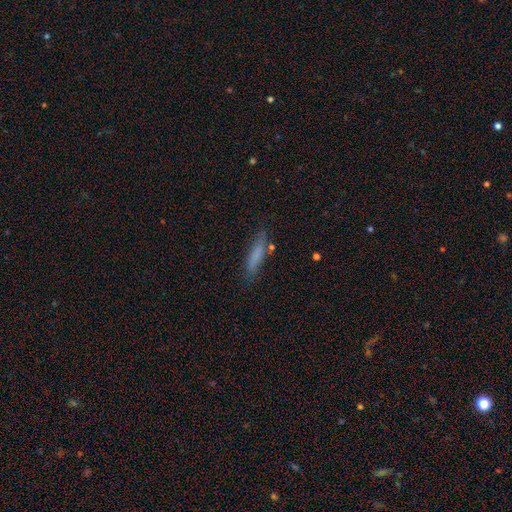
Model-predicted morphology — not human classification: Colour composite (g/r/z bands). It shows a smooth galaxy with no disk features (75%) that is cigar-shaped (81%). Merging: none (75%).